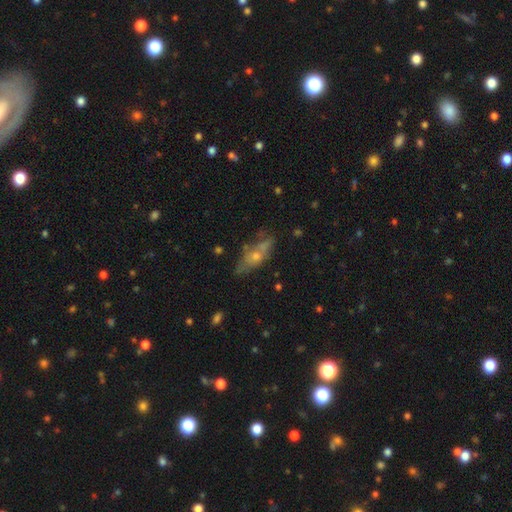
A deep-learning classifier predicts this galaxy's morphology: type=featured or disk (48%); merging=none (62%).